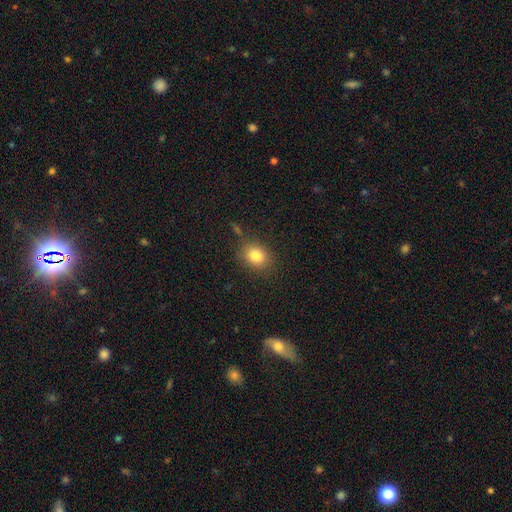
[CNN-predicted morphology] A smooth galaxy with no disk features (83%) that is round (52%). Merging: none (81%).